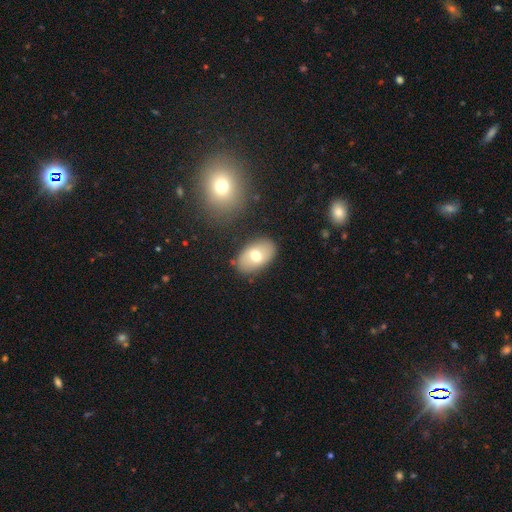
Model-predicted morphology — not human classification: A smooth galaxy with no disk features (66%) that is in between round and cigar-shaped (90%). Merging: none (81%).